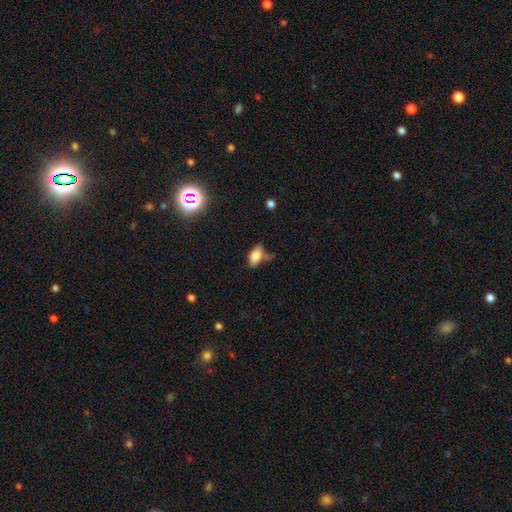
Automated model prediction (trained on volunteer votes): smooth_or_featured: smooth (p=0.77) [alt: featured or disk p=0.13]
how_rounded: in between (p=0.89) [alt: cigar-shaped p=0.06]
merging: none (p=0.51) [alt: minor disturbance p=0.28]